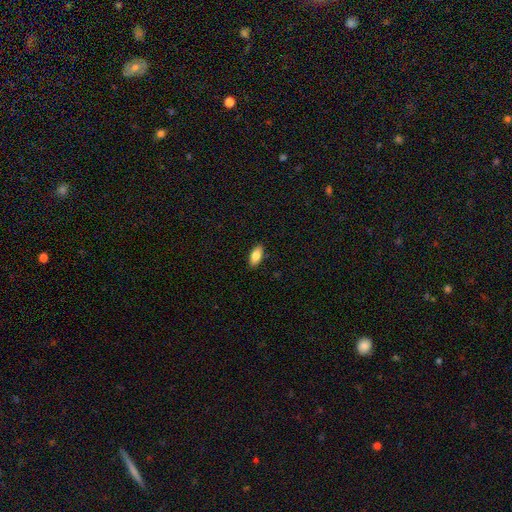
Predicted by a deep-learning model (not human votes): A smooth galaxy with no disk features (82%) that is in between round and cigar-shaped (90%). Merging: none (89%).